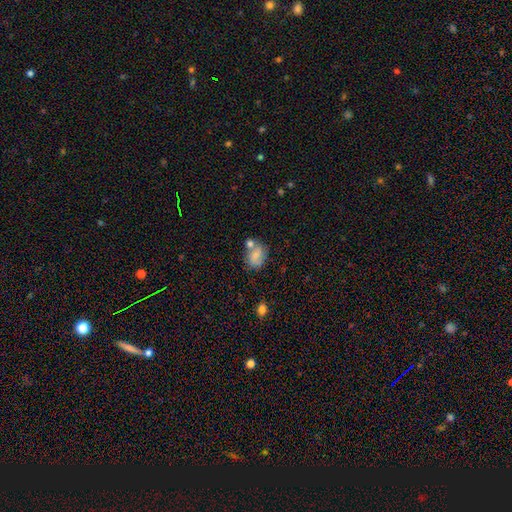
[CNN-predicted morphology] Smooth or featured: smooth — 70% (featured or disk — 21%)
How rounded: in between — 58% (round — 41%)
Merging: none — 50% (merger — 26%)